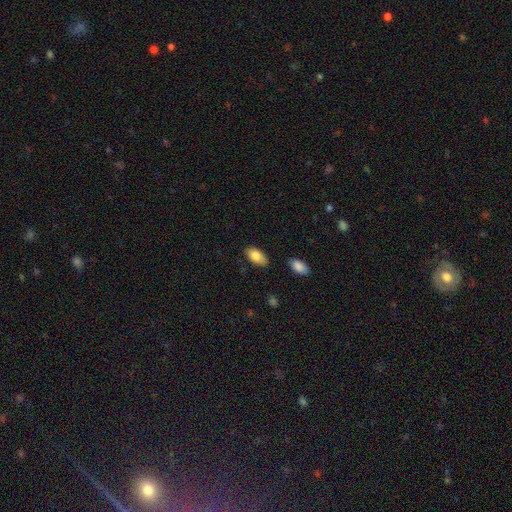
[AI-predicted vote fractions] smooth-or-featured: smooth: 83% | featured or disk: 11% | star or artifact: 7%
  how-rounded: in between: 94% | cigar-shaped: 3% | round: 3%
  merging: none: 84% | minor disturbance: 12% | merger: 2% | major disturbance: 2%